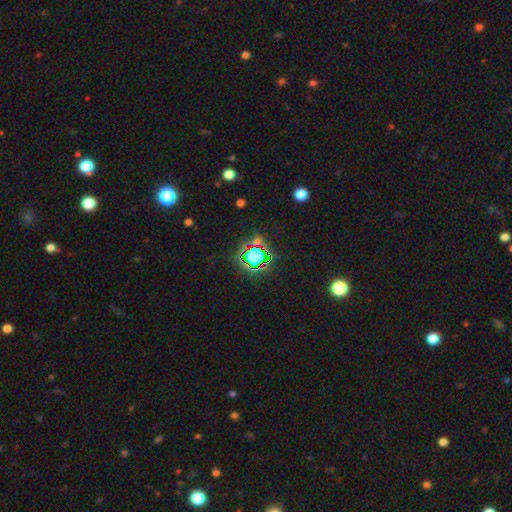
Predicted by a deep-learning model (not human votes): The model was most divided on "smooth or featured": star or artifact: 66%, smooth: 23%, featured or disk: 11%.